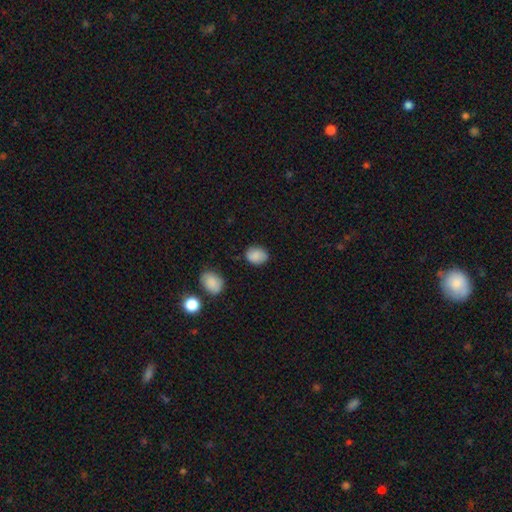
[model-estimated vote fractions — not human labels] Smooth or featured: smooth — 86% (star or artifact — 8%)
How rounded: in between — 57% (round — 42%)
Merging: none — 79% (minor disturbance — 15%)